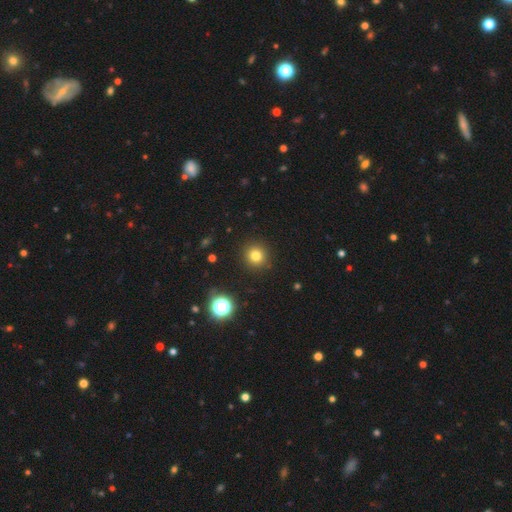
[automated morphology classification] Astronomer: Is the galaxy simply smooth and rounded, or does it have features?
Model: smooth — 79%.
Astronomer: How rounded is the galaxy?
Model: round — 93%.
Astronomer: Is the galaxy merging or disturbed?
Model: none — 91%.